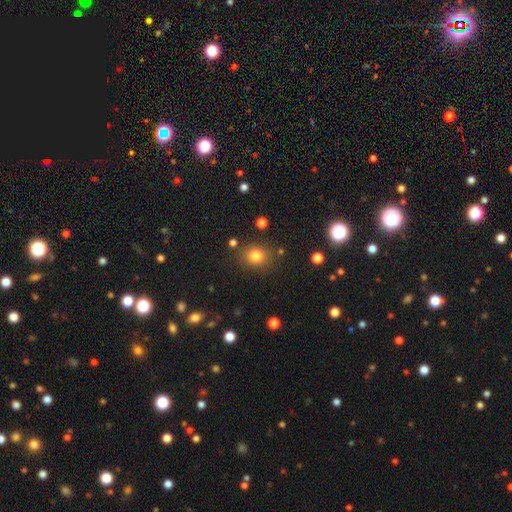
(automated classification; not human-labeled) A smooth galaxy with no disk features (80%) that is round (74%).

Vote fractions:
- Smooth or featured? smooth: 80% / star or artifact: 14% / featured or disk: 6%
- How rounded? round: 74% / in between: 25% / cigar-shaped: 1%
- Merging? none: 82% / minor disturbance: 10% / merger: 4% / major disturbance: 4%